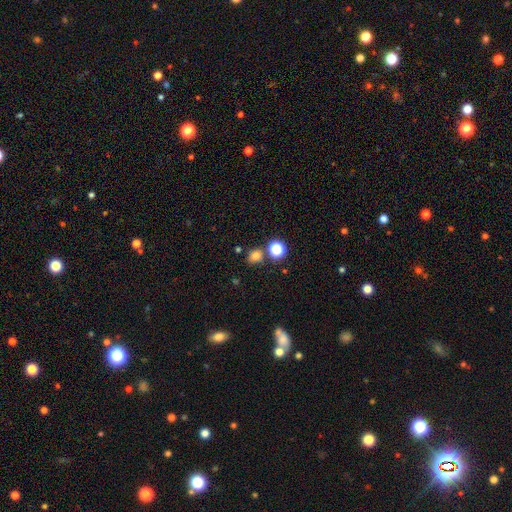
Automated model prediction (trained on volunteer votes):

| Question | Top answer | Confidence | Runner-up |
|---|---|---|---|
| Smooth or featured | smooth | 75% | star or artifact (18%) |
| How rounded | round | 79% | in between (20%) |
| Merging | none | 75% | merger (13%) |